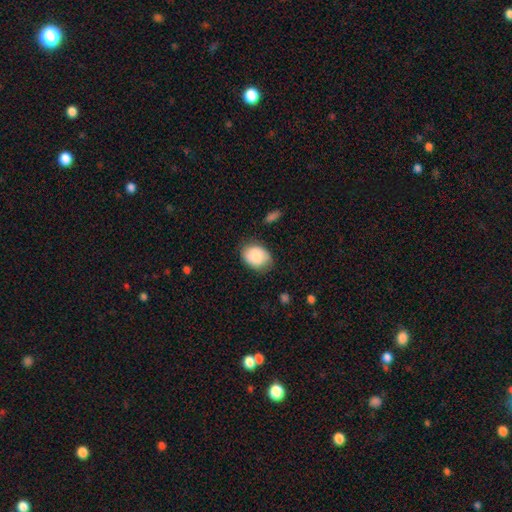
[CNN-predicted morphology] Smooth or featured? smooth (84%)
How rounded? in between (69%)
Merging? none (72%)